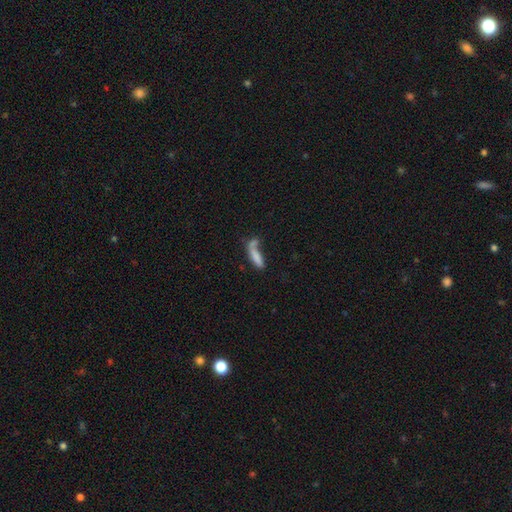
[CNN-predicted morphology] This appears to be a smooth galaxy with no disk features (77%) that is cigar-shaped (65%). Merging: none (40%).